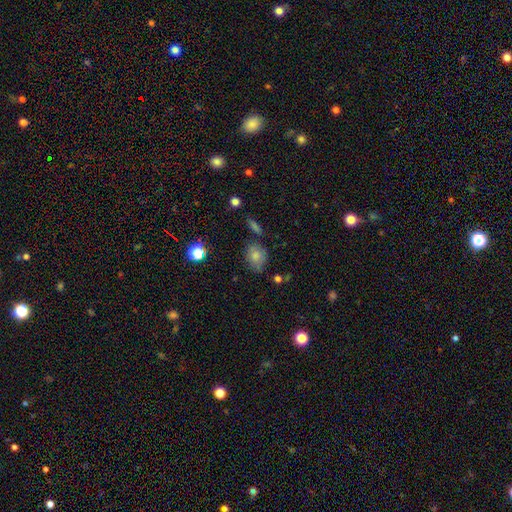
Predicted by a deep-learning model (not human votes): Morphology: type=smooth (77%); roundness=in between (56%); merging=none (66%).